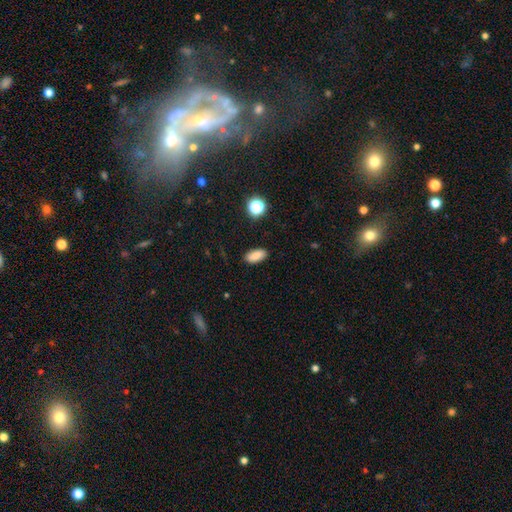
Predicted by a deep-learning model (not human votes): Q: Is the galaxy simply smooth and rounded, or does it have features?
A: smooth — 84%.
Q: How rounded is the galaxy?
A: in between — 90%.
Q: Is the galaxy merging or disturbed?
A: none — 88%.